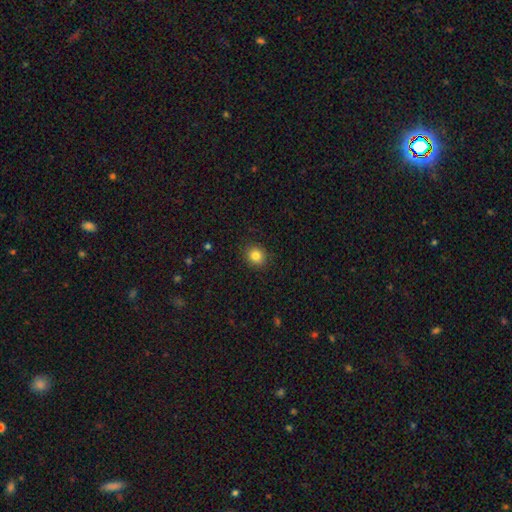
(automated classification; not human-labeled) smooth-or-featured: smooth: 83% | star or artifact: 11% | featured or disk: 6%
  how-rounded: round: 78% | in between: 22% | cigar-shaped: 1%
  merging: none: 90% | minor disturbance: 7% | major disturbance: 2% | merger: 1%